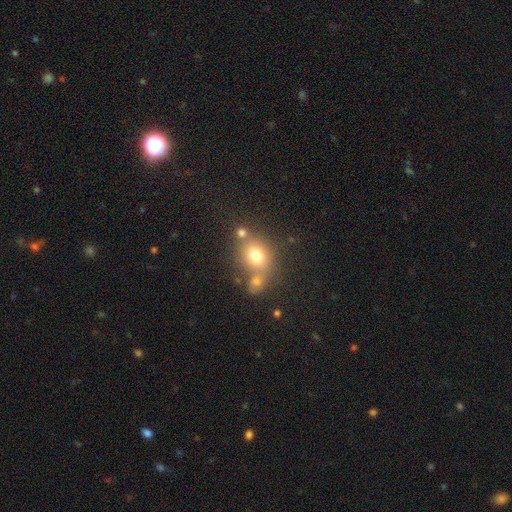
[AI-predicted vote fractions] A smooth galaxy with no disk features (73%) that is round (70%). Merging: none (53%).